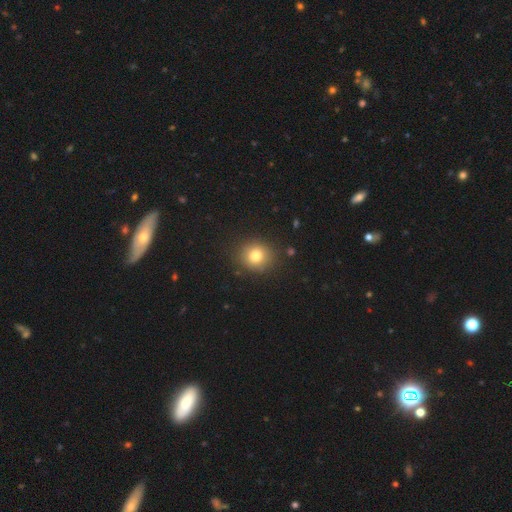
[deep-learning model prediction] Overall: smooth (79%). How rounded: round (84%). Merging: none (87%).